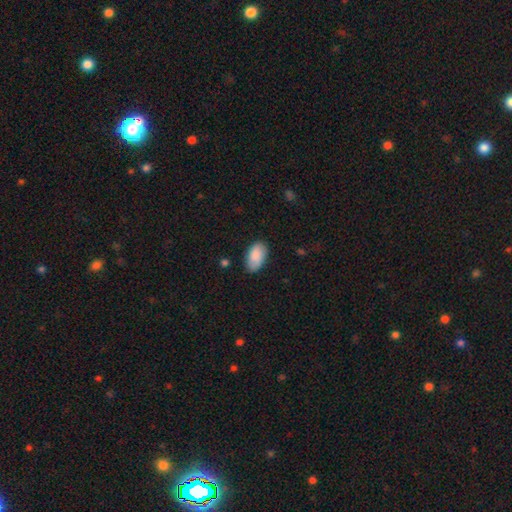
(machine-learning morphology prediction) Overall: smooth (88%). How rounded: in between (95%). Merging: none (80%).